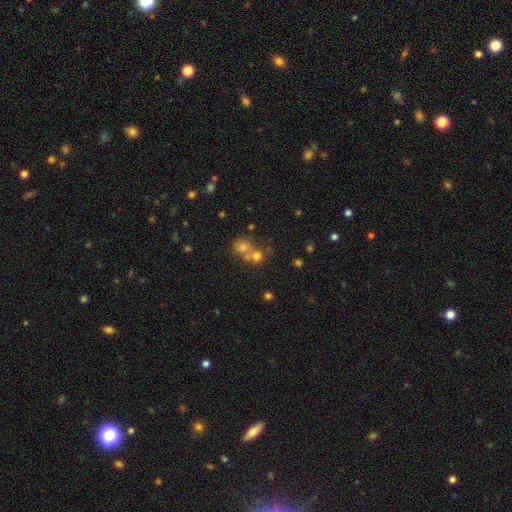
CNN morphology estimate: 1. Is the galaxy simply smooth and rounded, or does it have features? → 64% smooth, 20% star or artifact, 15% featured or disk.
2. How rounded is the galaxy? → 80% round, 19% in between, 1% cigar-shaped.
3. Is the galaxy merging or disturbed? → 50% merger, 39% none, 7% minor disturbance, 4% major disturbance.